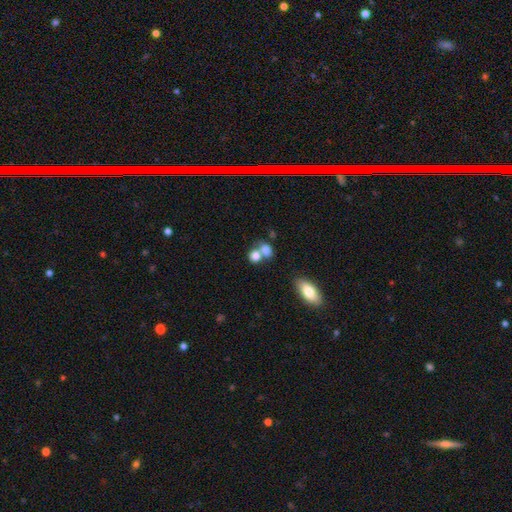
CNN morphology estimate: type=smooth (79%); roundness=round (61%); merging=merger (53%).